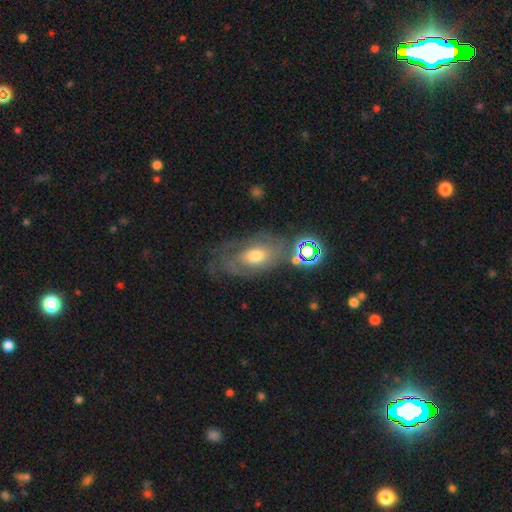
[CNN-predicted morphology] Smooth or featured: featured or disk — 62% (smooth — 24%)
Edge-on disk: no — 92% (yes — 8%)
Bar: no — 71% (weak — 24%)
Spiral arms: yes — 75% (no — 25%)
Bulge size: moderate — 65% (small — 19%)
Merging: none — 53% (minor disturbance — 23%)